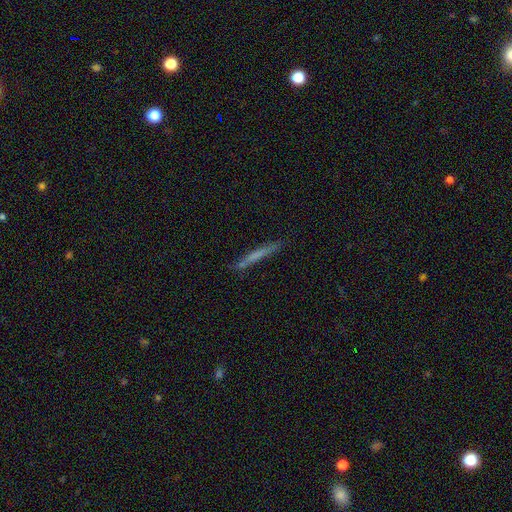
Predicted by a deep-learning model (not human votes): A smooth galaxy with no disk features (56%) that is cigar-shaped (96%). Merging: none (83%).